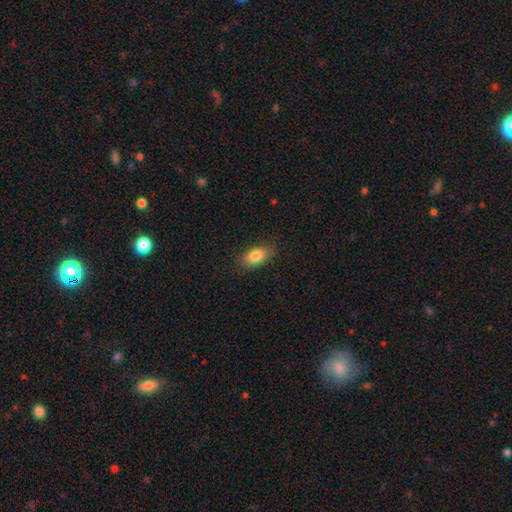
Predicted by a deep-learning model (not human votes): This is clearly a smooth galaxy (84%). How rounded: clearly in between (88%). Merging: clearly none (81%).